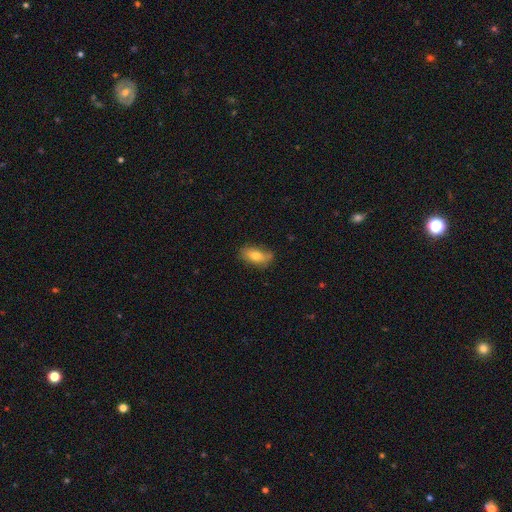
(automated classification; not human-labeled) Smooth or featured: smooth — 72% (featured or disk — 20%)
How rounded: in between — 86% (cigar-shaped — 8%)
Merging: none — 69% (minor disturbance — 24%)